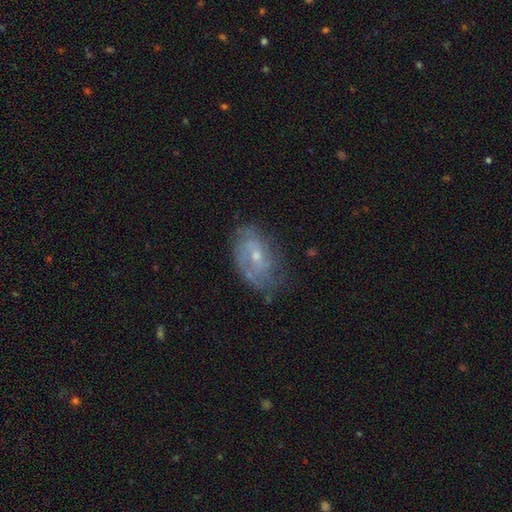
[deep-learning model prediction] The model was most divided on "spiral arm count" (2-way tie): can't tell: 39%, 2: 39%, 3: 9%, 1: 7%, 4: 3%, more than 4: 3%. Remaining: edge-on disk — no (95%); spiral arms — yes (84%); smooth or featured — featured or disk (71%); merging — none (66%); bulge size — small (58%); bar — no (57%); spiral winding — tight (46%).